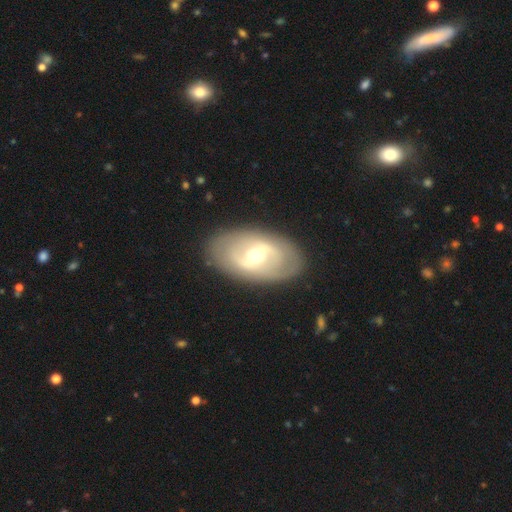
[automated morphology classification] Smooth or featured: featured or disk — 70% (smooth — 24%)
Edge-on disk: no — 92% (yes — 8%)
Bar: weak — 43% (strong — 38%)
Spiral arms: yes — 52% (no — 48%)
Bulge size: moderate — 70% (small — 19%)
Merging: none — 85% (minor disturbance — 10%)